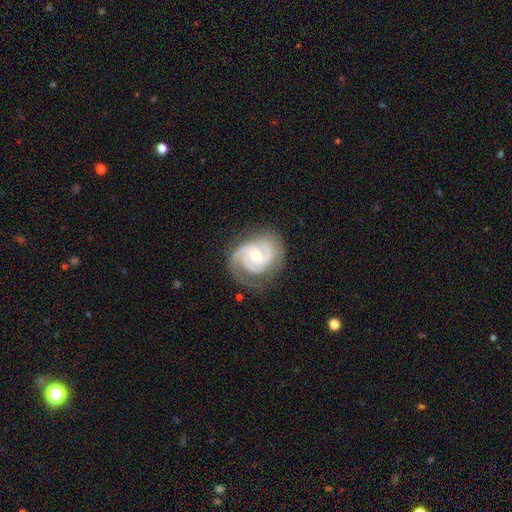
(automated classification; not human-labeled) smooth-or-featured: featured or disk: 88% | smooth: 7% | star or artifact: 4%
  disk-edge-on: no: 98% | yes: 2%
    bar: no: 48% | weak: 43% | strong: 9%
    has-spiral-arms: yes: 97% | no: 3%
      spiral-winding: tight: 54% | medium: 39% | loose: 7%
      spiral-arm-count: 2: 57% | 3: 23% | can't tell: 10% | 1: 5% | 4: 3% | more than 4: 2%
    bulge-size: moderate: 63% | small: 28% | large: 6% | none: 2% | dominant: 1%
  merging: none: 68% | minor disturbance: 20% | major disturbance: 10% | merger: 1%